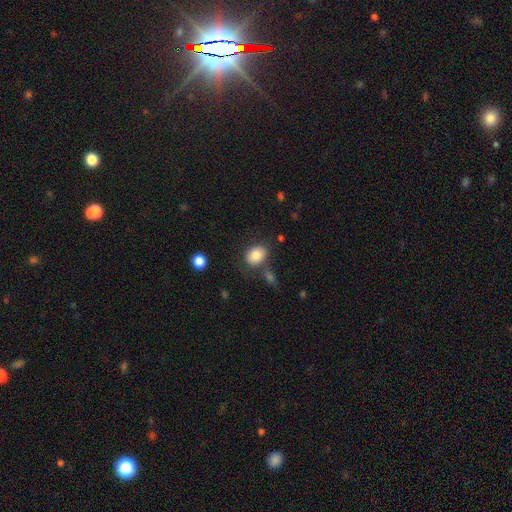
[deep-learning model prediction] This appears to be a smooth galaxy with no disk features (82%) that is in between round and cigar-shaped (57%). Merging: none (70%).